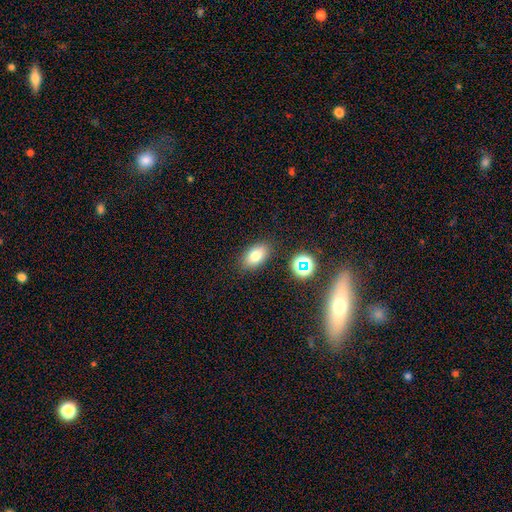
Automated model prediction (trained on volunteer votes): A smooth galaxy with no disk features (77%) that is in between round and cigar-shaped (88%). Merging: none (84%).